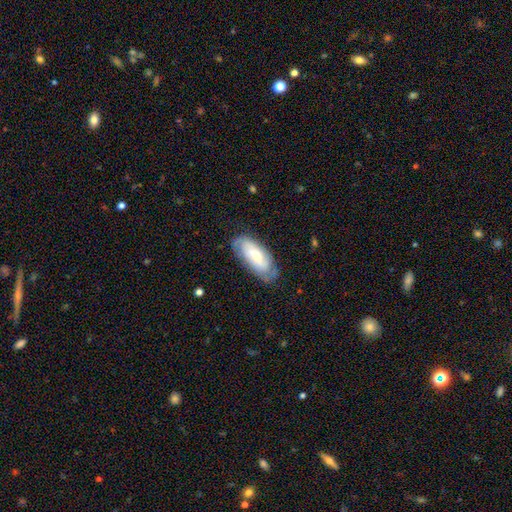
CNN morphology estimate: This appears to be a featured or disk galaxy (48%). Merging: none (72%).